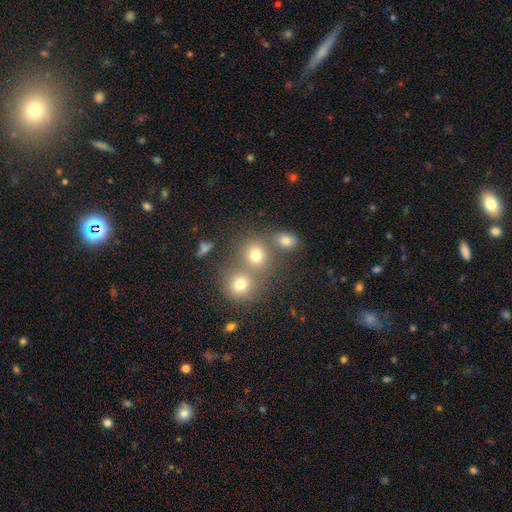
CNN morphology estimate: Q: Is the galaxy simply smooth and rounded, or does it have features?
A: smooth — 73%.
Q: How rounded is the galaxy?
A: round — 80%.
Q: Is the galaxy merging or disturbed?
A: none — 53%.